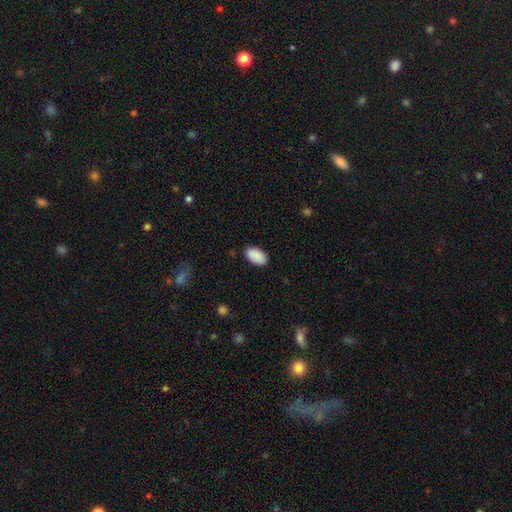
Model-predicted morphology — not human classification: smooth_or_featured: smooth (p=0.90) [alt: star or artifact p=0.06]
how_rounded: in between (p=0.95) [alt: round p=0.04]
merging: none (p=0.86) [alt: minor disturbance p=0.10]